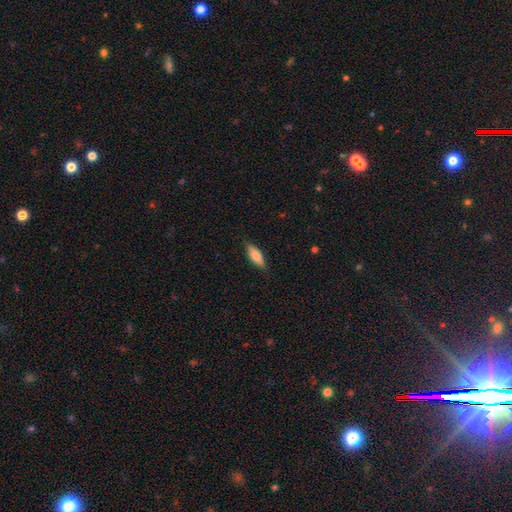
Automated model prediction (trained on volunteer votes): A smooth galaxy with no disk features (67%) that is in between round and cigar-shaped (68%). Merging: none (82%).